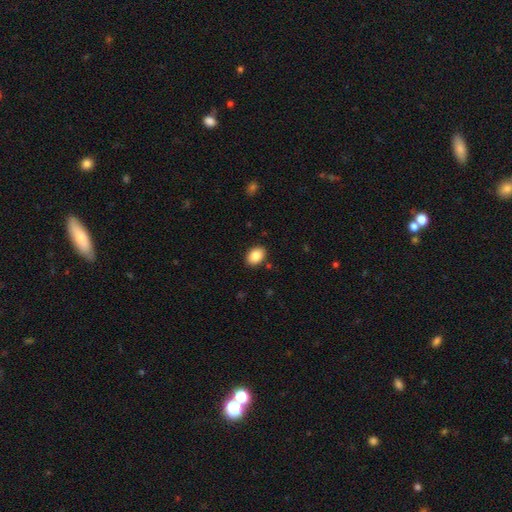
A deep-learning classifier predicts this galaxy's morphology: Smooth or featured? Predicted: smooth (p=0.87). How rounded? Predicted: in between (p=0.76). Merging? Predicted: none (p=0.89).